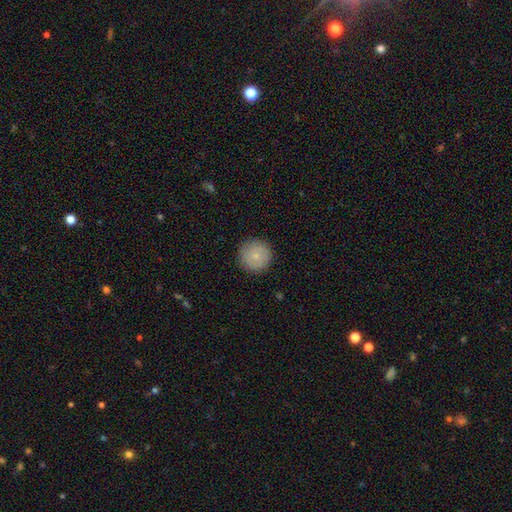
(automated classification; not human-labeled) Morphology: type=smooth (79%); roundness=round (96%); merging=none (88%).